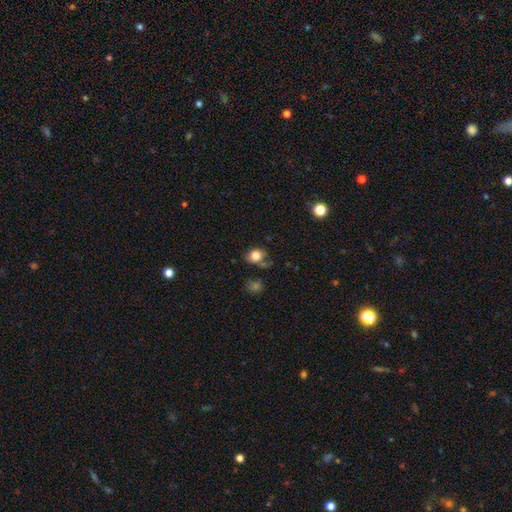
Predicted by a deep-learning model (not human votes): Smooth or featured? Predicted: smooth (p=0.83). How rounded? Predicted: round (p=0.62). Merging? Predicted: none (p=0.62).